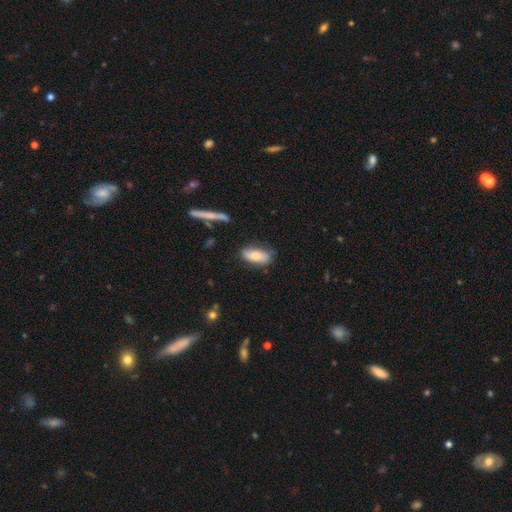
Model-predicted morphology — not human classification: This appears to be a smooth galaxy with no disk features (76%) that is in between round and cigar-shaped (82%). Merging: none (72%).